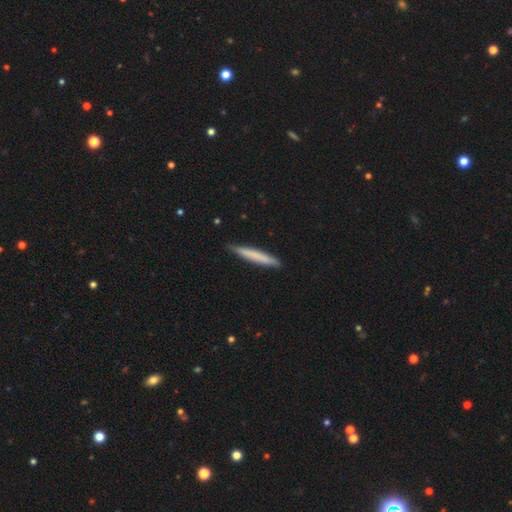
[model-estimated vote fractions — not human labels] Q: Smooth or featured?
A: smooth (72%); runner-up: featured or disk (23%)
Q: How rounded?
A: cigar-shaped (95%); runner-up: in between (4%)
Q: Merging?
A: none (86%); runner-up: minor disturbance (11%)